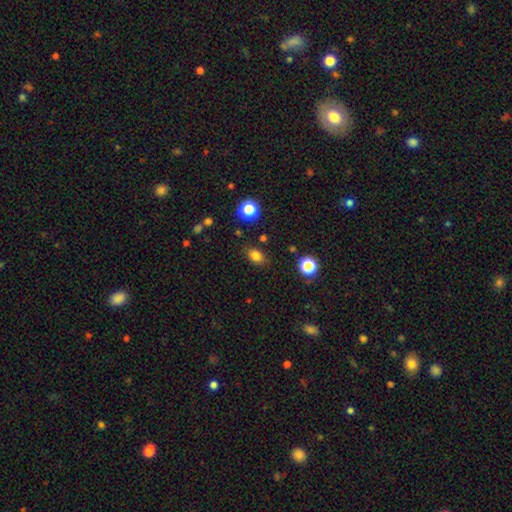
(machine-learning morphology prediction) type=smooth (80%); roundness=in between (70%); merging=none (83%).